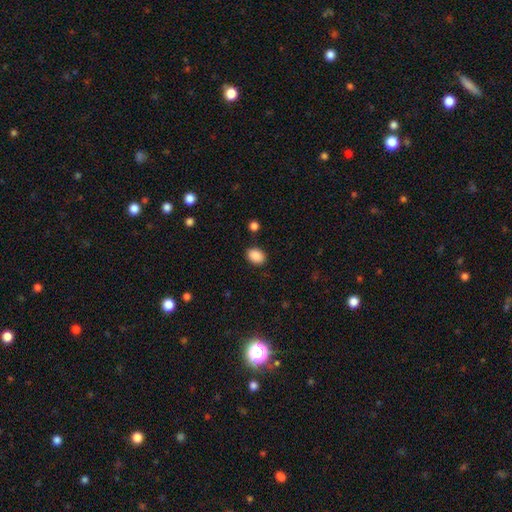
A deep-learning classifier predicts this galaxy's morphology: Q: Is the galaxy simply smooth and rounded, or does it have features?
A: smooth — 89%.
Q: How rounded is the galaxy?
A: in between — 70%.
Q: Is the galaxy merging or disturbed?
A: none — 86%.